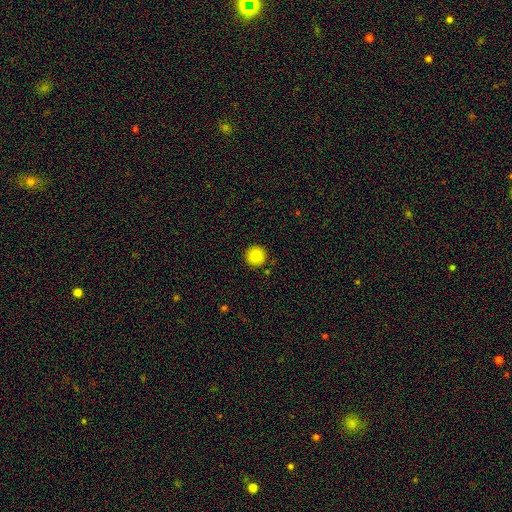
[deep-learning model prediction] Smooth or featured?
  - smooth: 87% *
  - star or artifact: 9%
  - featured or disk: 4%
How rounded?
  - round: 96% *
  - in between: 3%
  - cigar-shaped: 1%
Merging?
  - none: 91% *
  - minor disturbance: 6%
  - major disturbance: 2%
  - merger: 1%